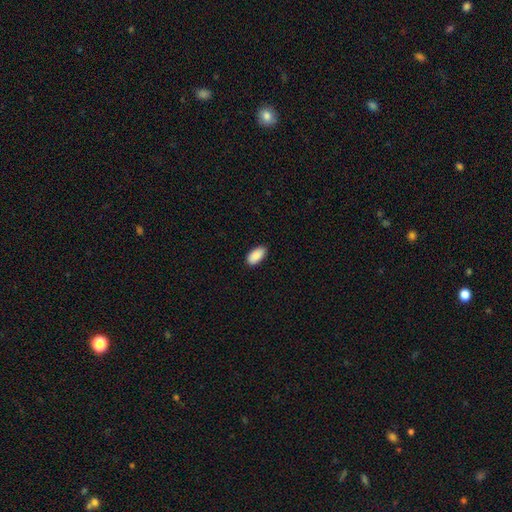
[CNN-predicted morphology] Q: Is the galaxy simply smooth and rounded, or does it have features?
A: smooth — 90%.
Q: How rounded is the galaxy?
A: in between — 94%.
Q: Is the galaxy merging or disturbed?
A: none — 87%.